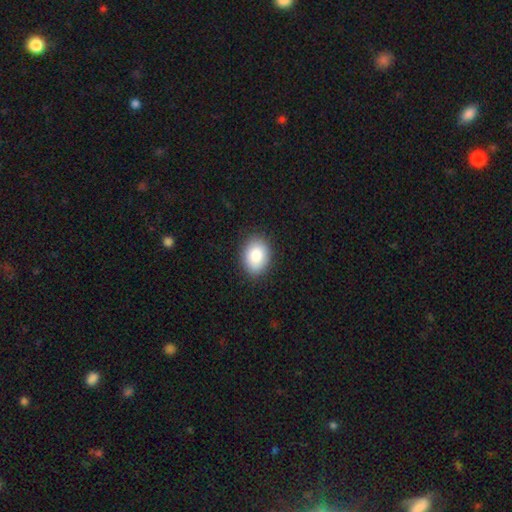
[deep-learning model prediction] Smooth or featured: smooth — 87% (star or artifact — 7%)
How rounded: in between — 76% (round — 23%)
Merging: none — 87% (minor disturbance — 9%)